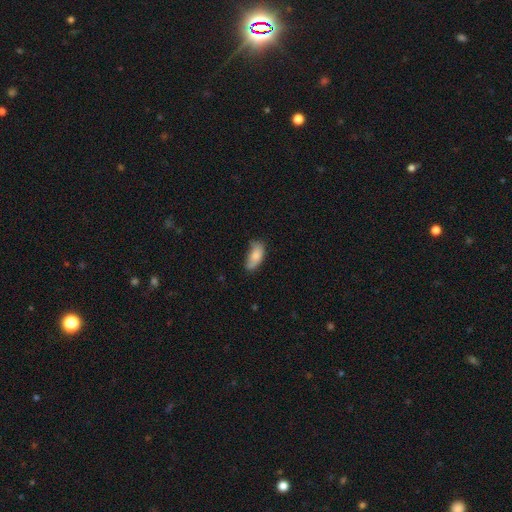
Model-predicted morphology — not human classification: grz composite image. It shows a smooth galaxy with no disk features (81%) that is in between round and cigar-shaped (89%). Merging: none (52%).